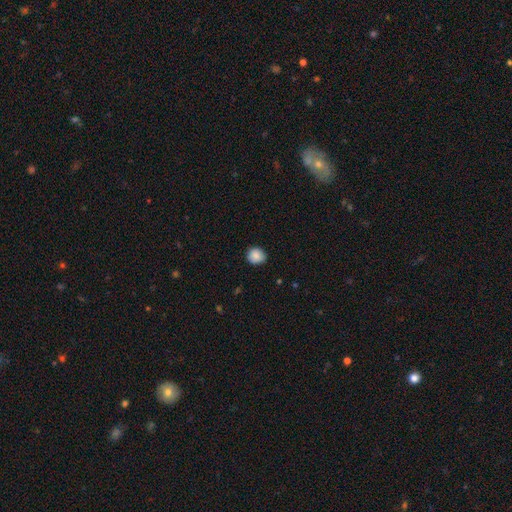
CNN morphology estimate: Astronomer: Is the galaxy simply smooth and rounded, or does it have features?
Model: smooth — 87%.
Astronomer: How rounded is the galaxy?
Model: round — 86%.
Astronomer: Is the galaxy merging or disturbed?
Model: none — 84%.